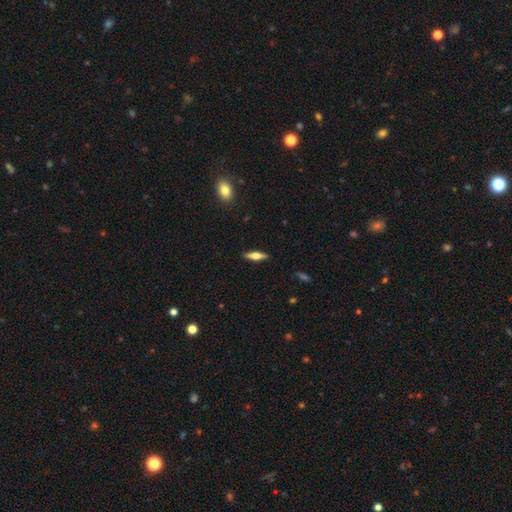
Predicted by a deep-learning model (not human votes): smooth-or-featured: smooth: 48% | featured or disk: 45% | star or artifact: 7%
  merging: none: 89% | minor disturbance: 8% | major disturbance: 2% | merger: 1%